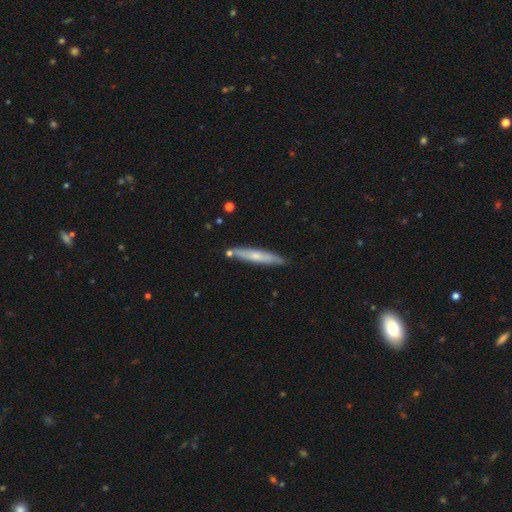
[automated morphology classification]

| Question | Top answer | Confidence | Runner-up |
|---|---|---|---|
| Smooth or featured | smooth | 47% | featured or disk (46%) |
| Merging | none | 83% | minor disturbance (11%) |